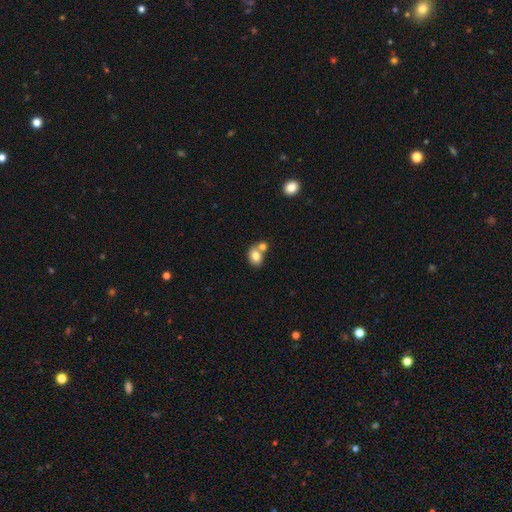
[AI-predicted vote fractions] Smooth or featured?
  - smooth: 80% *
  - featured or disk: 11%
  - star or artifact: 9%
How rounded?
  - in between: 66% *
  - round: 33%
  - cigar-shaped: 1%
Merging?
  - merger: 46% *
  - none: 41%
  - minor disturbance: 10%
  - major disturbance: 3%